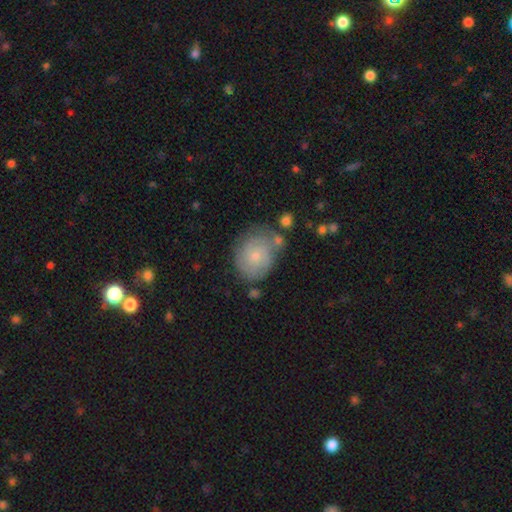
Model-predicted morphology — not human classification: This appears to be a featured or disk galaxy (55%) with no bar (80%), spiral arms (83%) and a small central bulge (70%). Merging: none (64%).